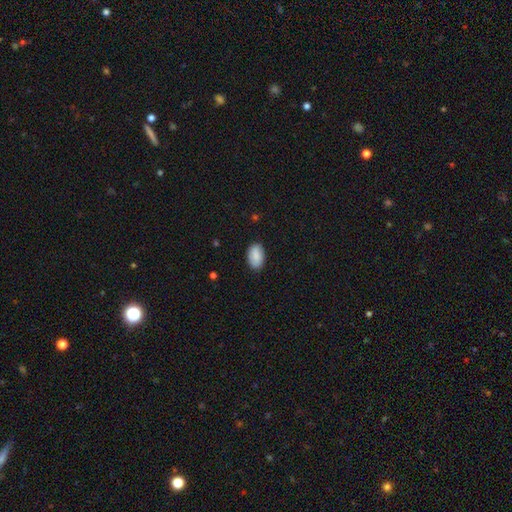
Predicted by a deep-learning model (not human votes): A smooth galaxy with no disk features (86%) that is in between round and cigar-shaped (92%). Merging: none (86%).